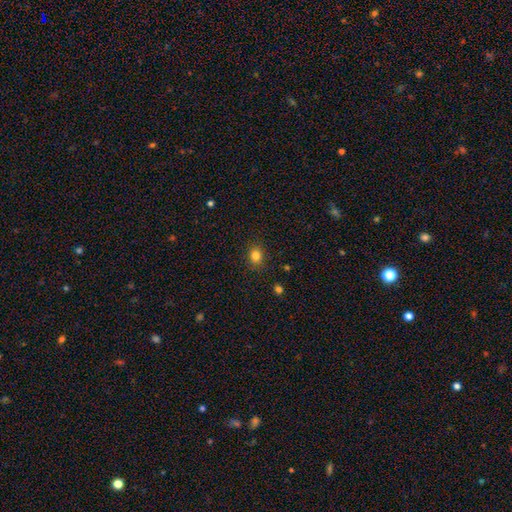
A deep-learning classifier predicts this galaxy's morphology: Overall: smooth (83%). How rounded: round (65%; in between 34%). Merging: none (87%).